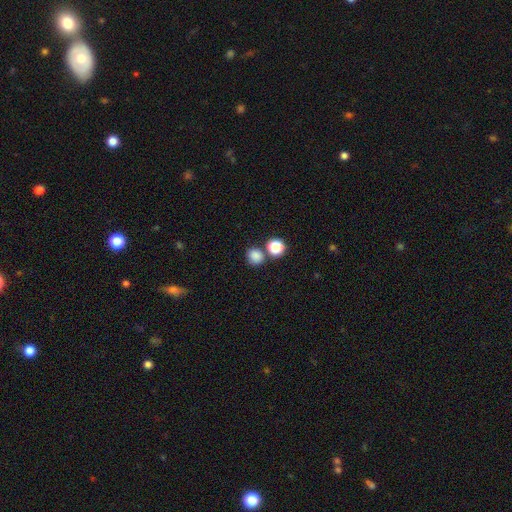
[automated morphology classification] smooth_or_featured: smooth (p=0.83) [alt: star or artifact p=0.13]
how_rounded: round (p=0.80) [alt: in between p=0.19]
merging: none (p=0.69) [alt: merger p=0.19]